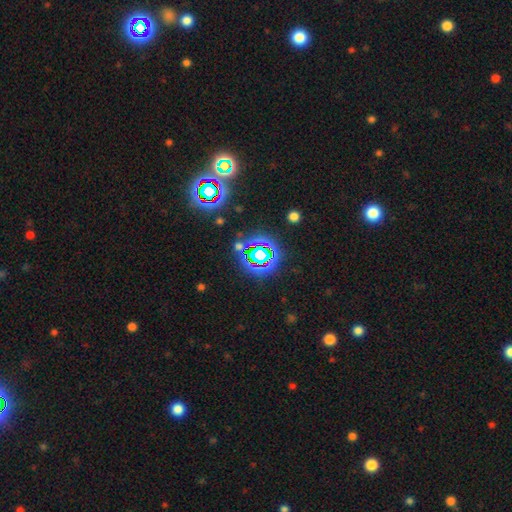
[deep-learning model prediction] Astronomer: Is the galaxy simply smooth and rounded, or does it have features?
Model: star or artifact — 75%.